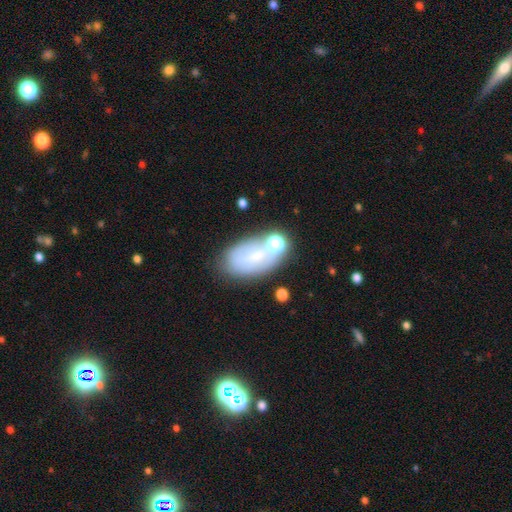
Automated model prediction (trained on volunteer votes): Q: Smooth or featured?
A: smooth (51%); runner-up: featured or disk (36%)
Q: How rounded?
A: in between (91%); runner-up: round (6%)
Q: Merging?
A: none (51%); runner-up: minor disturbance (22%)